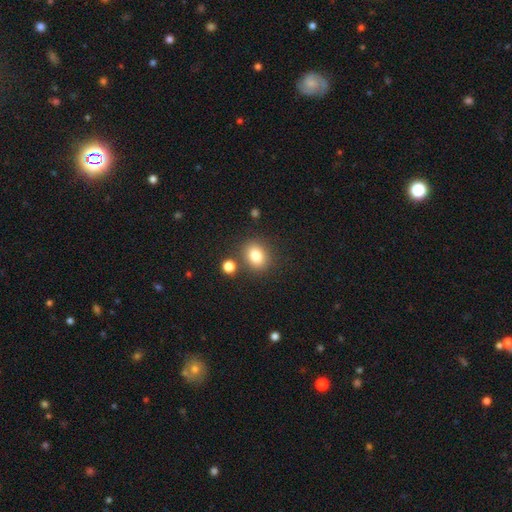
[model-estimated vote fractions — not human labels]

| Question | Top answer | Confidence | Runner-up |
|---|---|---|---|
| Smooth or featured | smooth | 81% | star or artifact (11%) |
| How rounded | round | 56% | in between (43%) |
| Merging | none | 77% | minor disturbance (10%) |